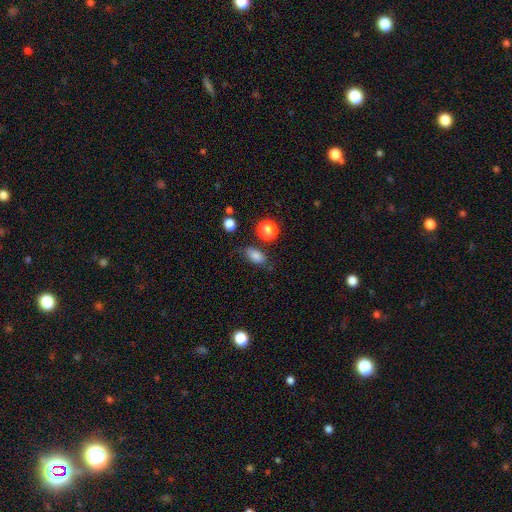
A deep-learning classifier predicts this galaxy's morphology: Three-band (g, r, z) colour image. It shows a smooth galaxy with no disk features (82%) that is in between round and cigar-shaped (83%). Merging: none (70%).